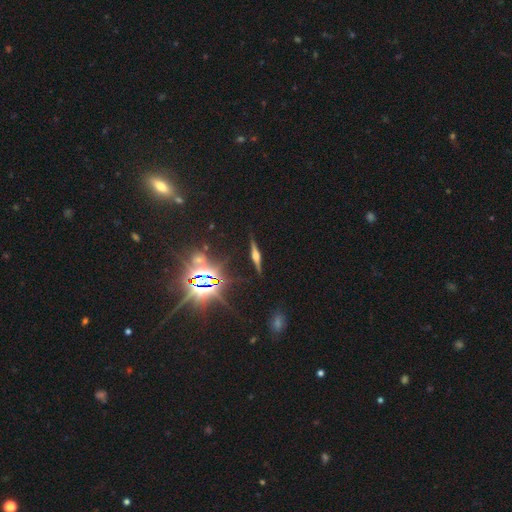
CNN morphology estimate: The model was most divided on "smooth or featured": featured or disk: 66%, star or artifact: 19%, smooth: 16%. More confident: edge-on disk — yes (96%); merging — none (87%); edge-on bulge — rounded (84%).